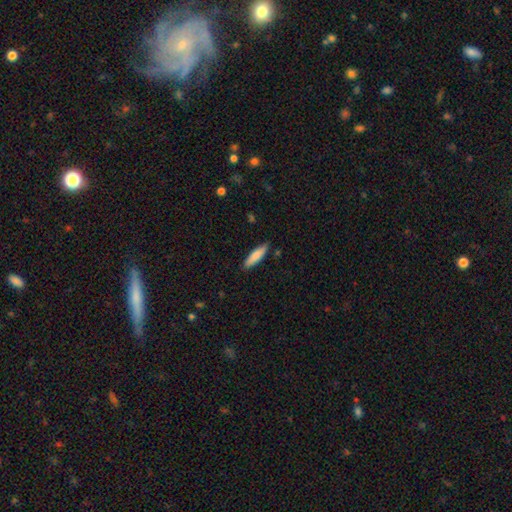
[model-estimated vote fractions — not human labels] Morphology: type=smooth (84%); roundness=cigar-shaped (68%); merging=none (87%).